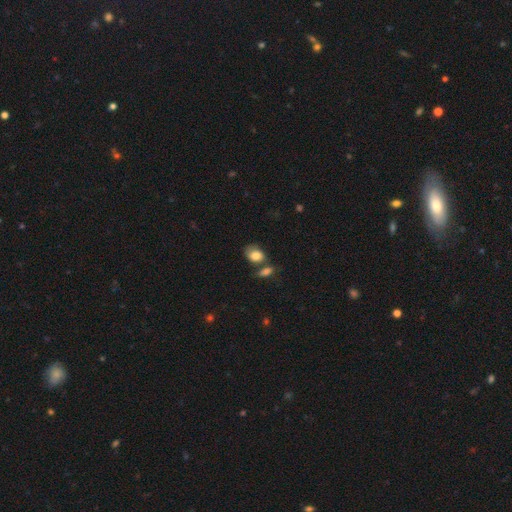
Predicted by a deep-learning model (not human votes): smooth-or-featured: smooth: 82% | featured or disk: 10% | star or artifact: 7%
  how-rounded: in between: 79% | round: 20% | cigar-shaped: 2%
  merging: none: 45% | merger: 27% | minor disturbance: 20% | major disturbance: 8%